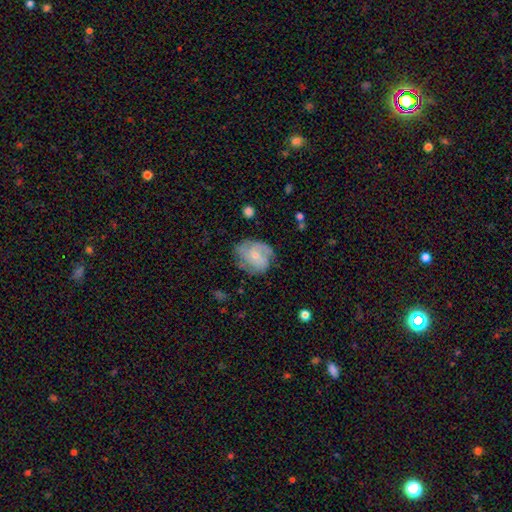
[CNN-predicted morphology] The model was most divided on "smooth or featured": featured or disk: 57%, smooth: 36%, star or artifact: 7%. More confident: edge-on disk — no (97%); spiral arms — yes (81%); bar — no (65%); bulge size — small (63%); merging — none (59%).